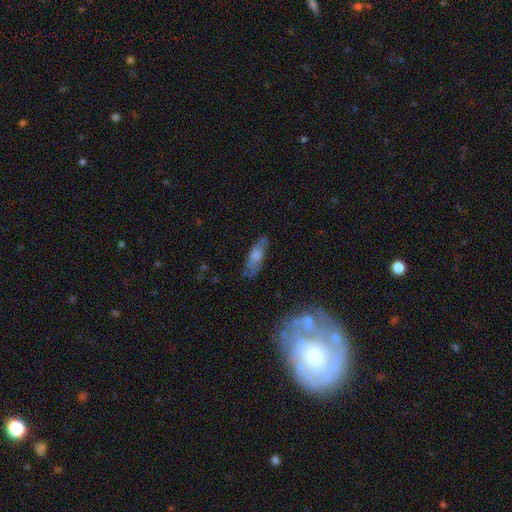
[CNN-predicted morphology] smooth 61%, featured or disk 32%, star or artifact 7%. Down the decision tree: how rounded — cigar-shaped (51%); merging — none (70%).